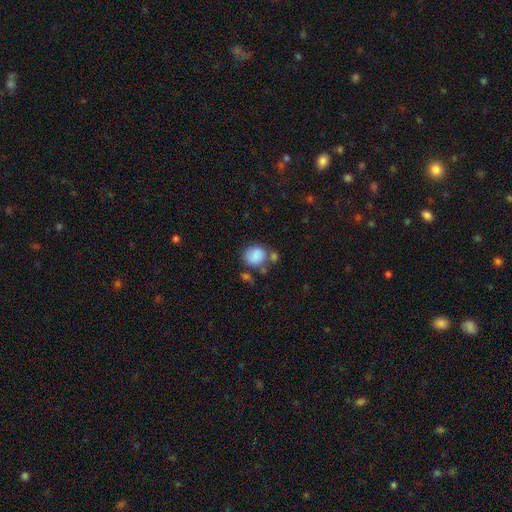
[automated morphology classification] smooth-or-featured: smooth: 85% | star or artifact: 8% | featured or disk: 6%
  how-rounded: round: 64% | in between: 35% | cigar-shaped: 1%
  merging: none: 54% | merger: 19% | minor disturbance: 19% | major disturbance: 8%